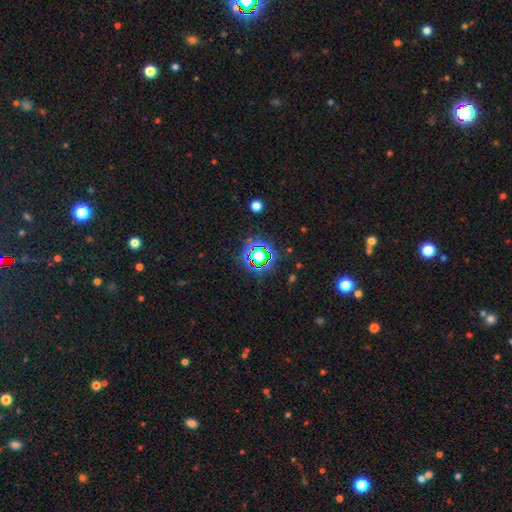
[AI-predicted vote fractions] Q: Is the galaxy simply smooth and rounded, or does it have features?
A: star or artifact — 68%.